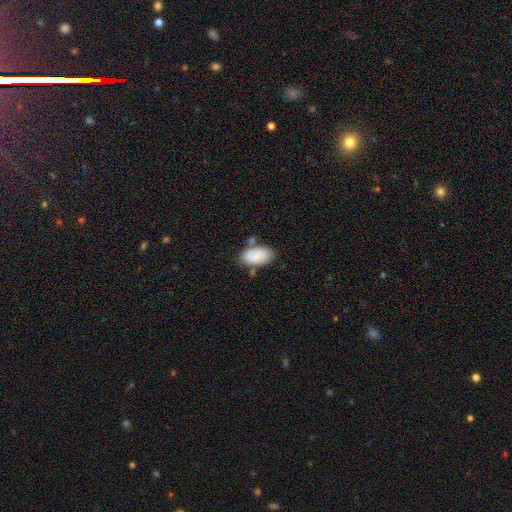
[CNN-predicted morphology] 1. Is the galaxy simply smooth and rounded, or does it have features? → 82% smooth, 12% featured or disk, 7% star or artifact.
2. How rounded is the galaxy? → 95% in between, 4% round, 2% cigar-shaped.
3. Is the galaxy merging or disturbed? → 65% none, 18% minor disturbance, 12% merger, 5% major disturbance.